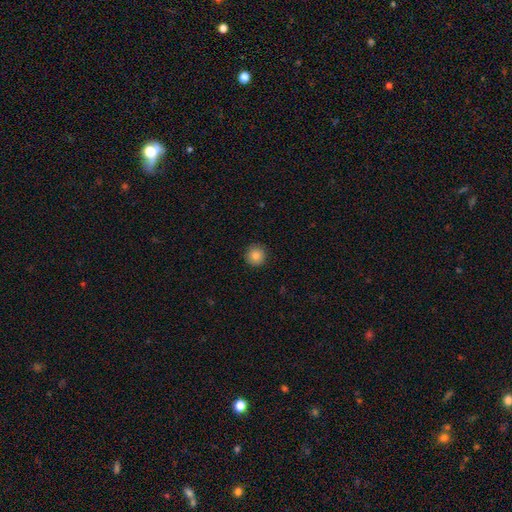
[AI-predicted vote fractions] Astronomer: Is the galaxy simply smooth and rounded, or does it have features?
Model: smooth — 83%.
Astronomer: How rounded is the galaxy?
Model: round — 96%.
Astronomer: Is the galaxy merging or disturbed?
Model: none — 92%.